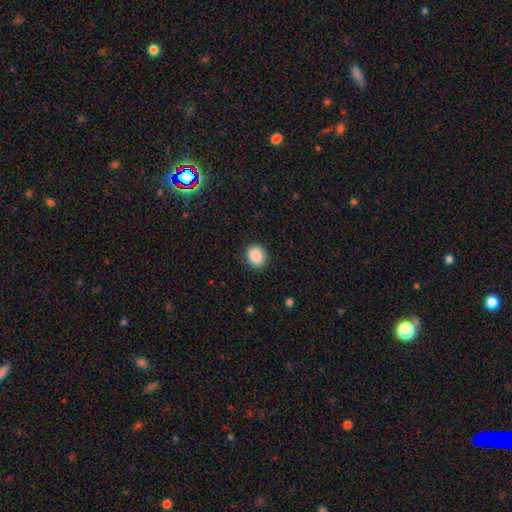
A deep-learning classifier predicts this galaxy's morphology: Smooth or featured: smooth — 89% (star or artifact — 8%)
How rounded: round — 68% (in between — 31%)
Merging: none — 89% (minor disturbance — 7%)